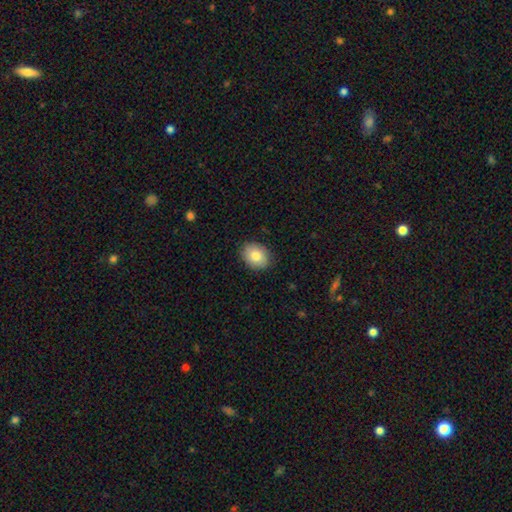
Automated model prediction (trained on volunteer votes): Smooth or featured?
  - smooth: 83% *
  - featured or disk: 9%
  - star or artifact: 7%
How rounded?
  - in between: 61% *
  - round: 38%
  - cigar-shaped: 1%
Merging?
  - none: 88% *
  - minor disturbance: 10%
  - major disturbance: 2%
  - merger: 1%